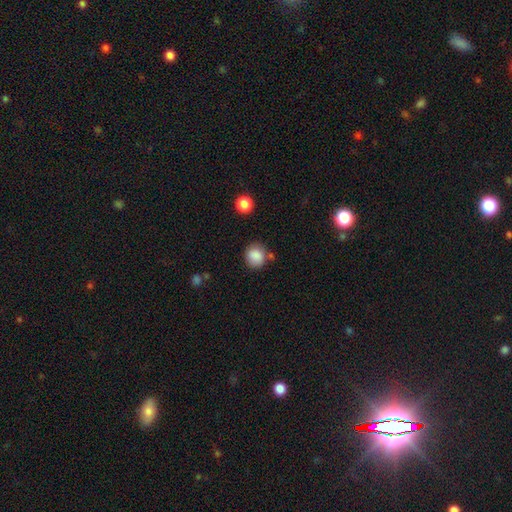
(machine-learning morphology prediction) This is clearly a smooth galaxy (87%). How rounded: clearly round (83%). Merging: likely none (75%).